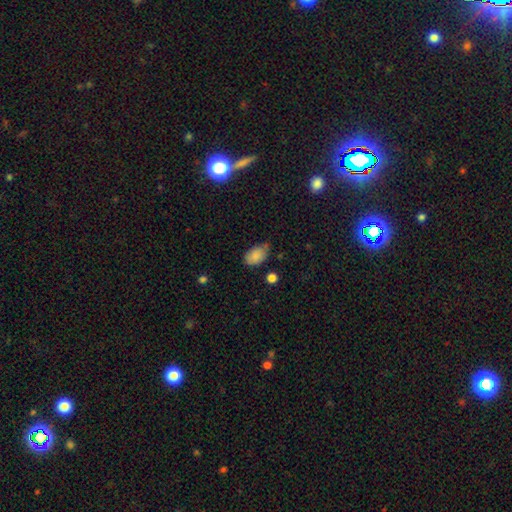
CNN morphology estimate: A smooth galaxy with no disk features (86%) that is in between round and cigar-shaped (90%).

Vote fractions:
- Smooth or featured? smooth: 86% / star or artifact: 8% / featured or disk: 6%
- How rounded? in between: 90% / round: 8% / cigar-shaped: 1%
- Merging? none: 59% / minor disturbance: 31% / major disturbance: 6% / merger: 4%